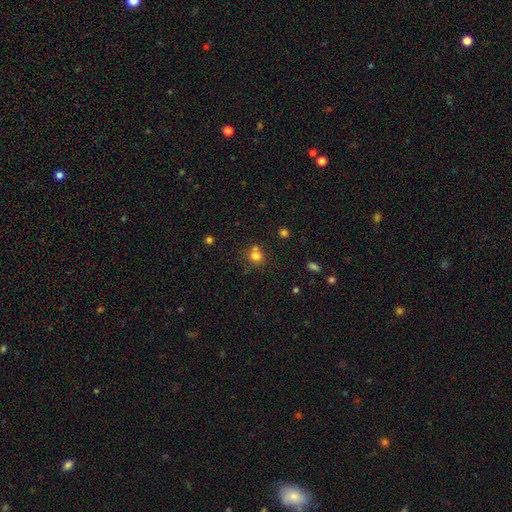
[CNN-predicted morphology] type=smooth (77%); roundness=round (83%); merging=none (57%).